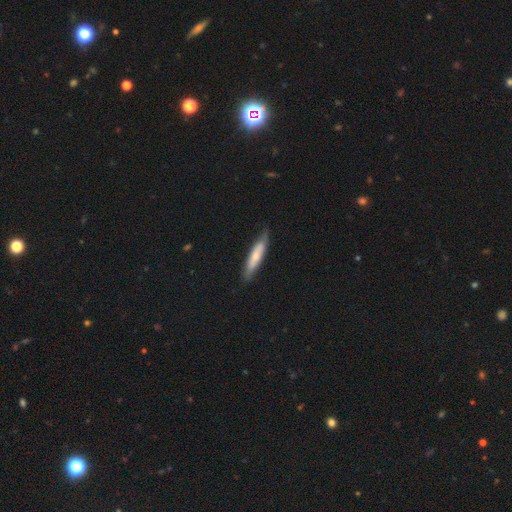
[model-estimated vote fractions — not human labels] Morphology: type=smooth (64%); roundness=cigar-shaped (84%); merging=none (76%).